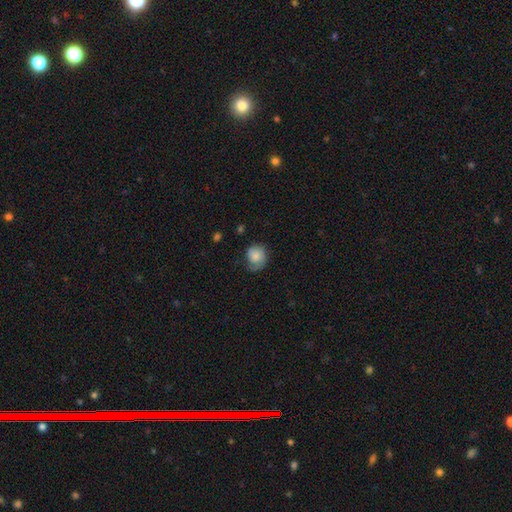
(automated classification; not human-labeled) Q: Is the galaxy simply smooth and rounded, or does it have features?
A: smooth — 69%.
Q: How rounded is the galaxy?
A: round — 71%.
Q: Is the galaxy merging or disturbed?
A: none — 52%.